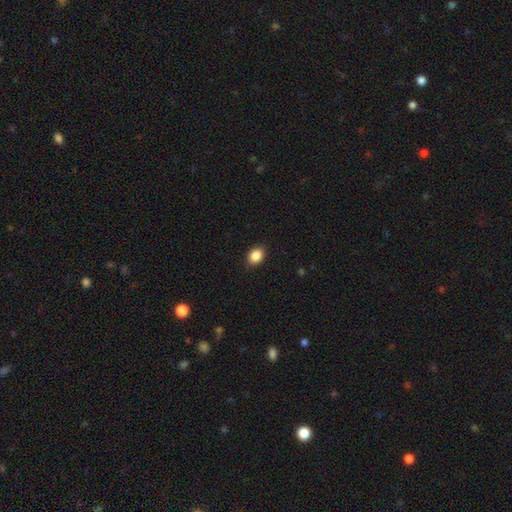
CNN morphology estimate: Smooth or featured? Predicted: smooth (p=0.87). How rounded? Predicted: in between (p=0.58). Merging? Predicted: none (p=0.87).